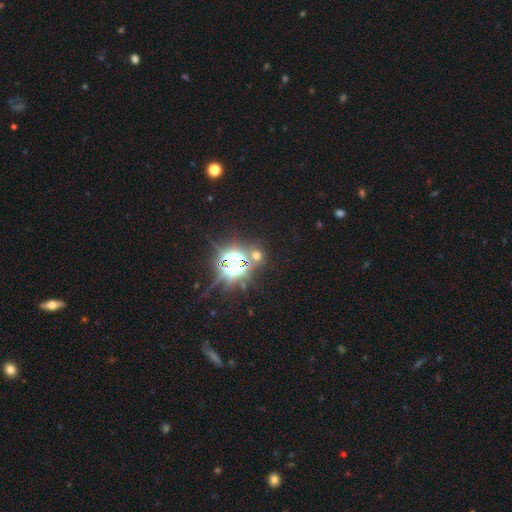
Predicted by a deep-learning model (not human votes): A star or artifact, not a galaxy (62%).

Vote fractions:
- Smooth or featured? star or artifact: 62% / smooth: 30% / featured or disk: 8%